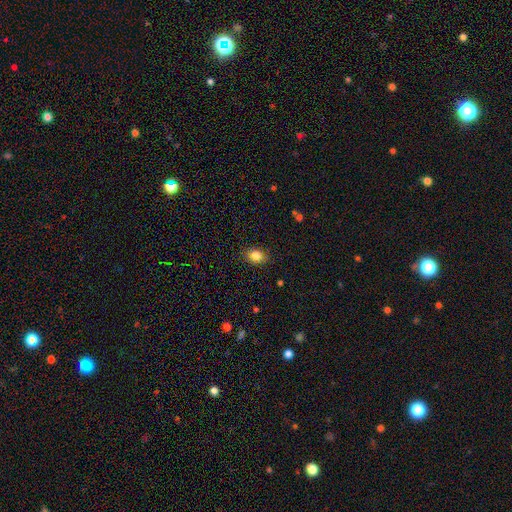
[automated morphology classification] smooth_or_featured: smooth (p=0.84) [alt: star or artifact p=0.10]
how_rounded: in between (p=0.59) [alt: round p=0.40]
merging: none (p=0.86) [alt: minor disturbance p=0.10]